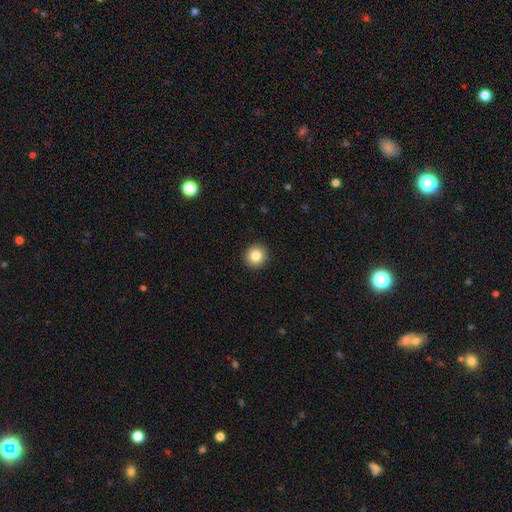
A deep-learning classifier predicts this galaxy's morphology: A smooth galaxy with no disk features (84%) that is round (94%).

Vote fractions:
- Smooth or featured? smooth: 84% / star or artifact: 10% / featured or disk: 6%
- How rounded? round: 94% / in between: 5% / cigar-shaped: 1%
- Merging? none: 93% / minor disturbance: 4% / major disturbance: 1% / merger: 1%